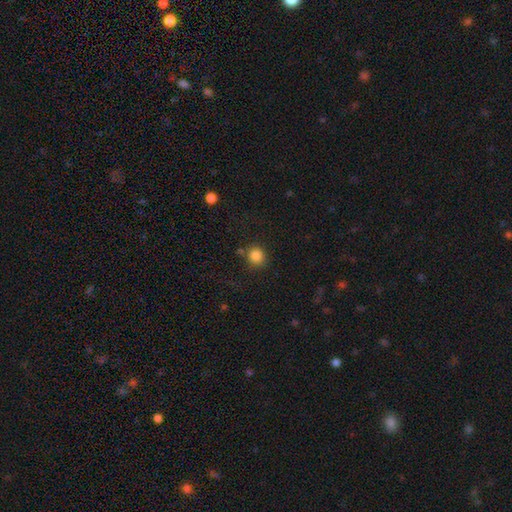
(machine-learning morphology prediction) Smooth or featured? Predicted: smooth (p=0.85). How rounded? Predicted: round (p=0.88). Merging? Predicted: none (p=0.79).